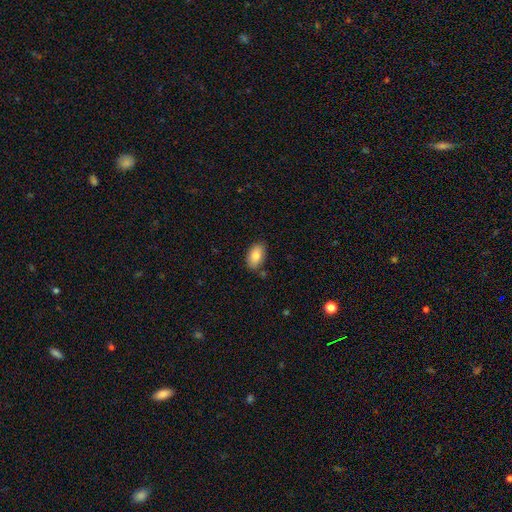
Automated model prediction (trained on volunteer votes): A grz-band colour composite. It shows a smooth galaxy with no disk features (83%) that is in between round and cigar-shaped (93%). Merging: none (82%).